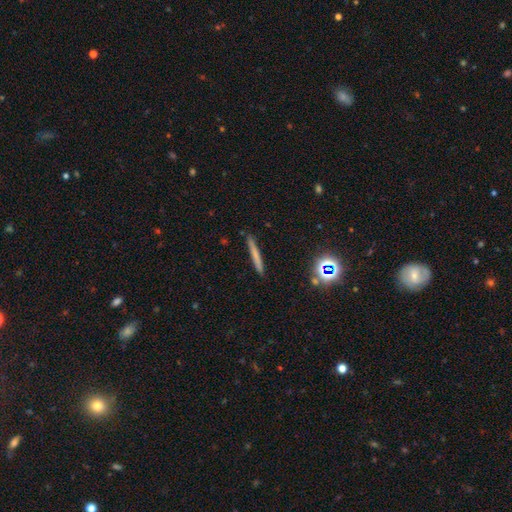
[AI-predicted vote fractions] smooth-or-featured: smooth: 62% | featured or disk: 26% | star or artifact: 12%
  how-rounded: cigar-shaped: 95% | in between: 3% | round: 2%
  merging: none: 88% | minor disturbance: 8% | major disturbance: 2% | merger: 2%